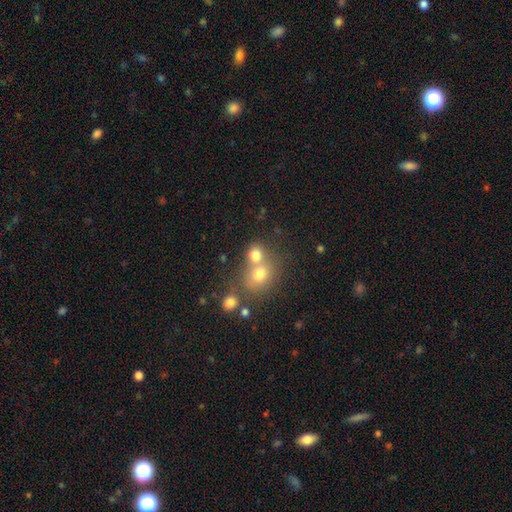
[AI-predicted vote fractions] smooth 74%, star or artifact 14%, featured or disk 13%. Down the decision tree: how rounded — round (68%); merging — merger (51%).